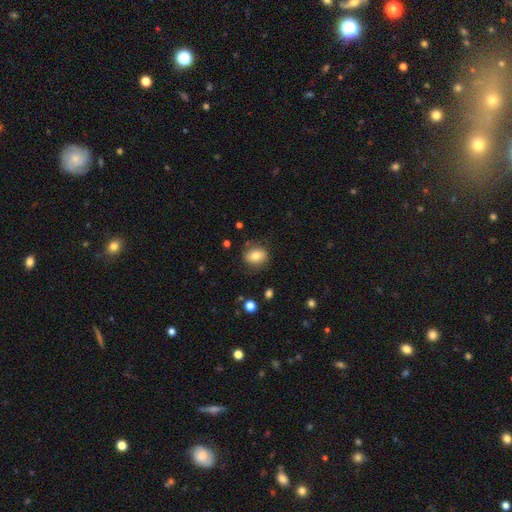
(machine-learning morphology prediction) This appears to be a smooth galaxy with no disk features (76%) that is in between round and cigar-shaped (59%). Merging: none (78%).